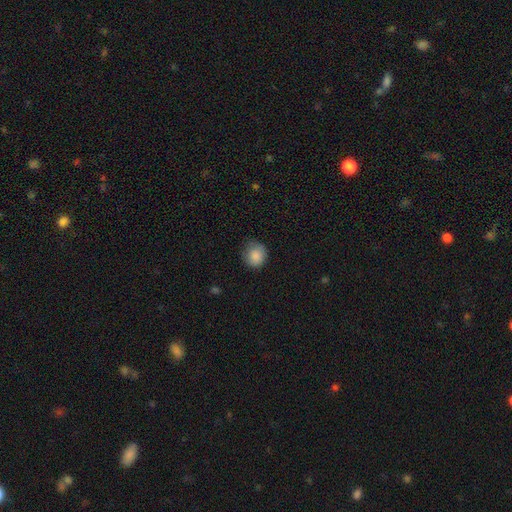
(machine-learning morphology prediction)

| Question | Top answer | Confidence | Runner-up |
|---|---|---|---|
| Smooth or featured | smooth | 87% | star or artifact (8%) |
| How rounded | round | 83% | in between (16%) |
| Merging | none | 68% | minor disturbance (25%) |